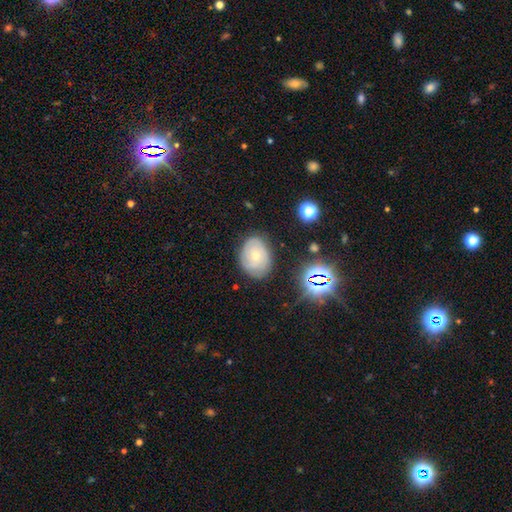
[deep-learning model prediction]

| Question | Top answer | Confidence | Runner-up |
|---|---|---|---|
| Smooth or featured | featured or disk | 45% | smooth (44%) |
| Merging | none | 74% | minor disturbance (19%) |